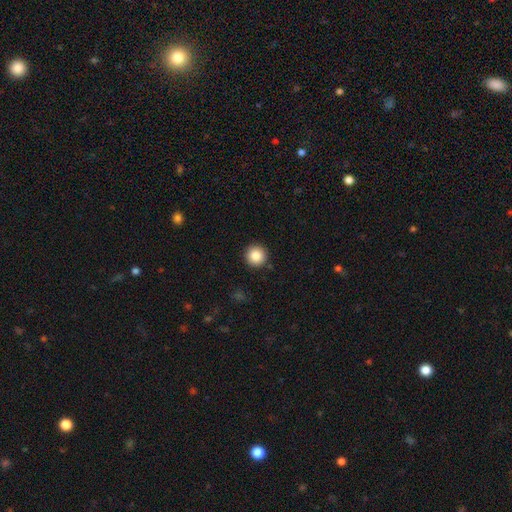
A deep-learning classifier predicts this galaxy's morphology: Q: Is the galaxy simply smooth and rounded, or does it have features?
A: smooth — 86%.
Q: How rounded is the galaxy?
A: round — 96%.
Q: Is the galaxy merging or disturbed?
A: none — 91%.